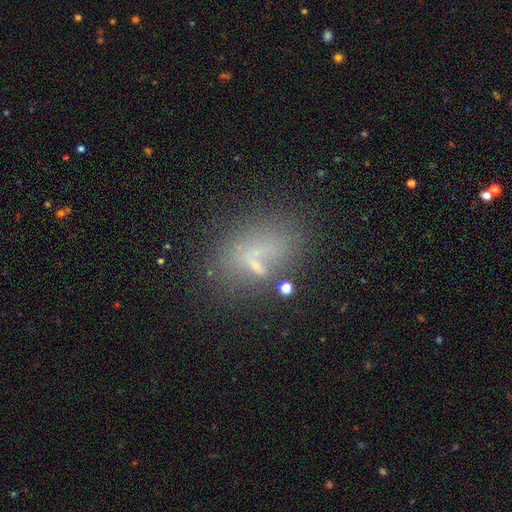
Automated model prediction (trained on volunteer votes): smooth 47%, featured or disk 32%, star or artifact 20%. Down the decision tree: merging — none (50%).